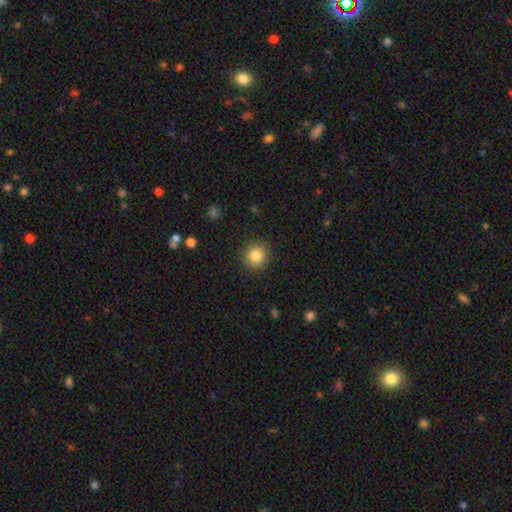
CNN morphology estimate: Smooth or featured?
  - smooth: 85% *
  - star or artifact: 10%
  - featured or disk: 5%
How rounded?
  - round: 92% *
  - in between: 7%
  - cigar-shaped: 1%
Merging?
  - none: 90% *
  - minor disturbance: 6%
  - major disturbance: 2%
  - merger: 1%